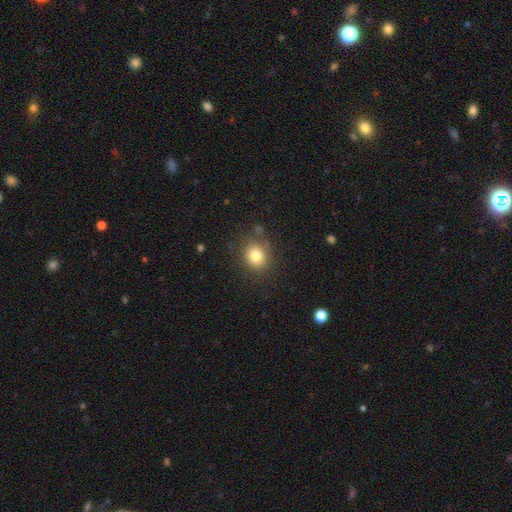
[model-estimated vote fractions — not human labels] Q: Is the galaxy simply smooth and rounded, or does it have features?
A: smooth — 81%.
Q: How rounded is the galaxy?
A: round — 74%.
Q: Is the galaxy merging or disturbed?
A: none — 80%.